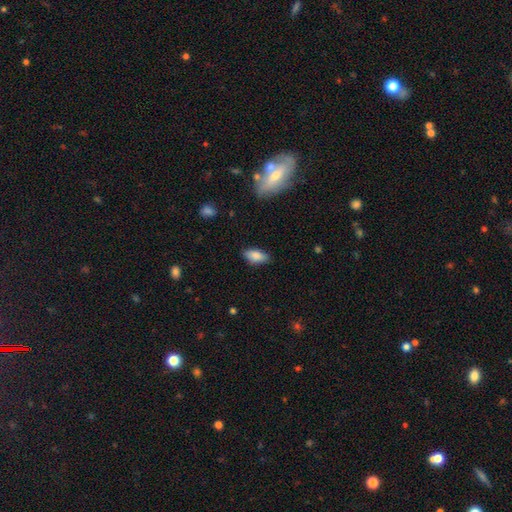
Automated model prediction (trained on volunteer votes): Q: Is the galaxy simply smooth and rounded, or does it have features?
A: smooth — 82%.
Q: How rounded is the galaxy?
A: in between — 86%.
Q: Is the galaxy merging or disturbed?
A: none — 82%.